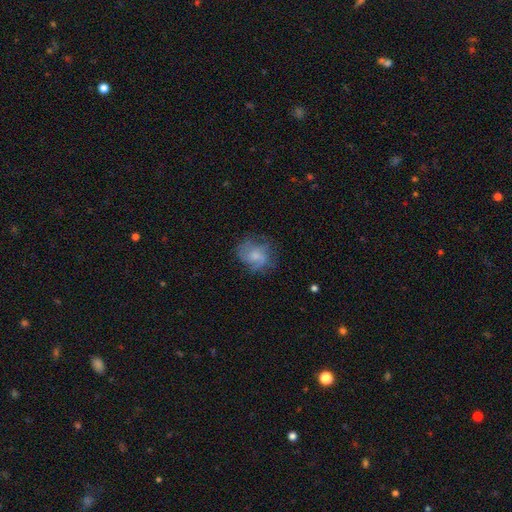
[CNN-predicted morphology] type=smooth (46%); merging=none (60%).